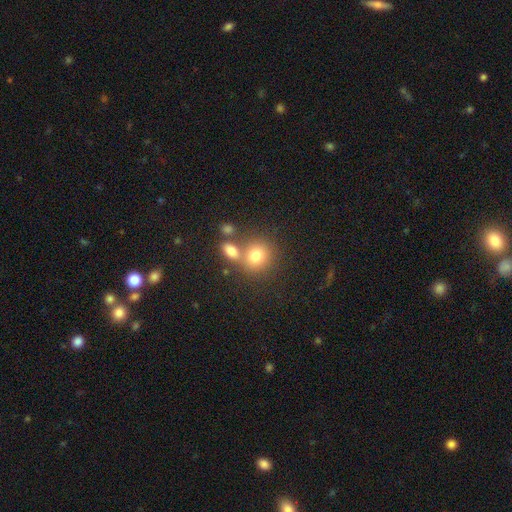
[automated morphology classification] Overall: smooth (78%). How rounded: round (76%). Merging: none (52%; merger 34%).